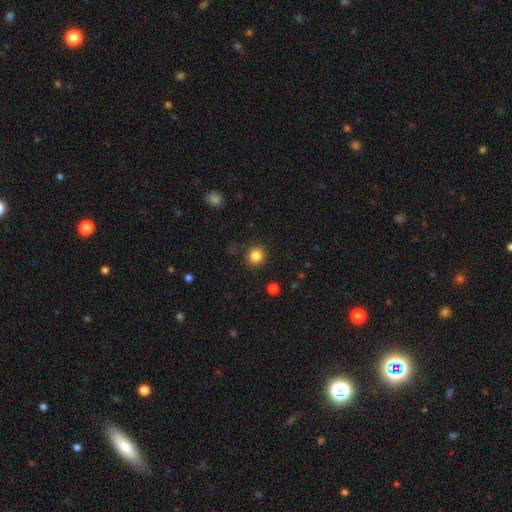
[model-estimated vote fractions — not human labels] Q: Smooth or featured?
A: smooth (84%); runner-up: star or artifact (11%)
Q: How rounded?
A: round (87%); runner-up: in between (12%)
Q: Merging?
A: none (88%); runner-up: minor disturbance (8%)